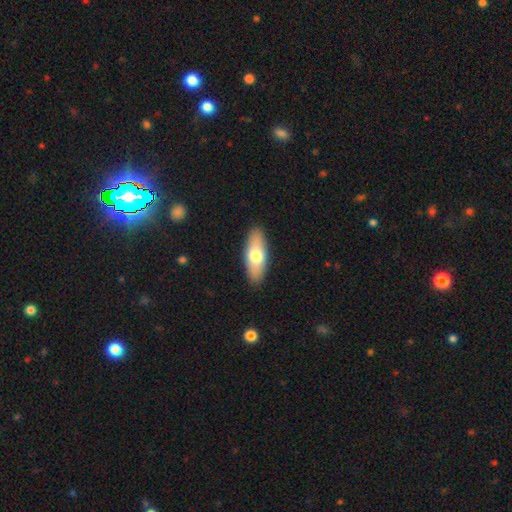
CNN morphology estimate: Smooth or featured?
  - smooth: 69% *
  - featured or disk: 25%
  - star or artifact: 5%
How rounded?
  - in between: 74% *
  - cigar-shaped: 23%
  - round: 3%
Merging?
  - none: 89% *
  - minor disturbance: 8%
  - major disturbance: 2%
  - merger: 1%